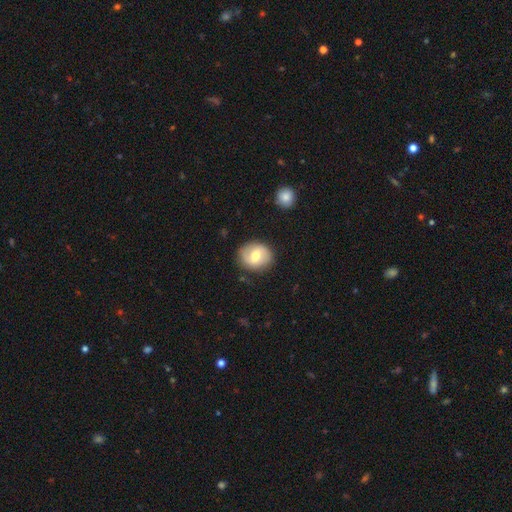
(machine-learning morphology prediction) smooth 57%, featured or disk 36%, star or artifact 7%. Down the decision tree: how rounded — round (67%); merging — none (84%).